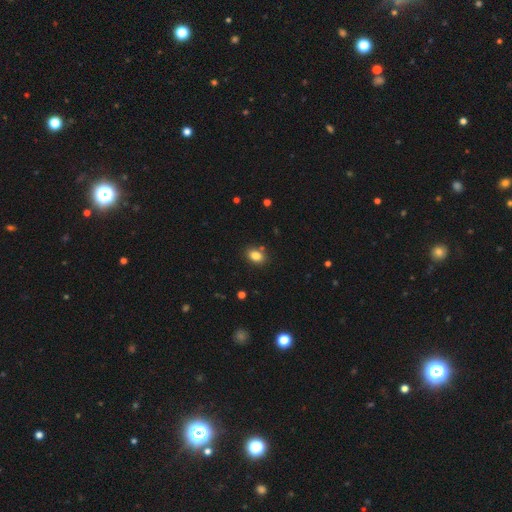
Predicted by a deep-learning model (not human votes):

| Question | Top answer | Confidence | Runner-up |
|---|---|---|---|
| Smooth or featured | smooth | 84% | star or artifact (10%) |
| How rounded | in between | 73% | round (26%) |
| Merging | none | 83% | minor disturbance (10%) |